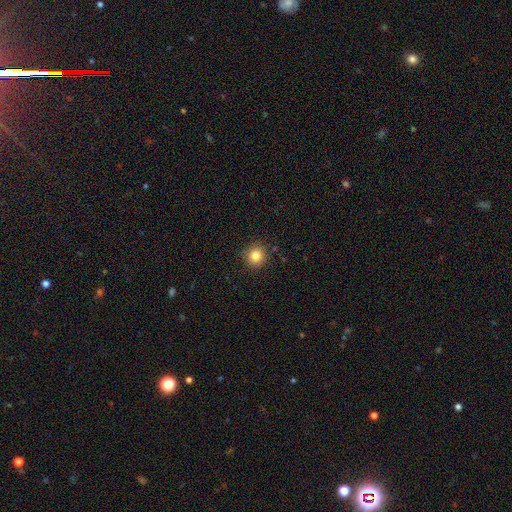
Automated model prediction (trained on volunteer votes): smooth 83%, star or artifact 11%, featured or disk 6%. Down the decision tree: how rounded — round (93%); merging — none (91%).